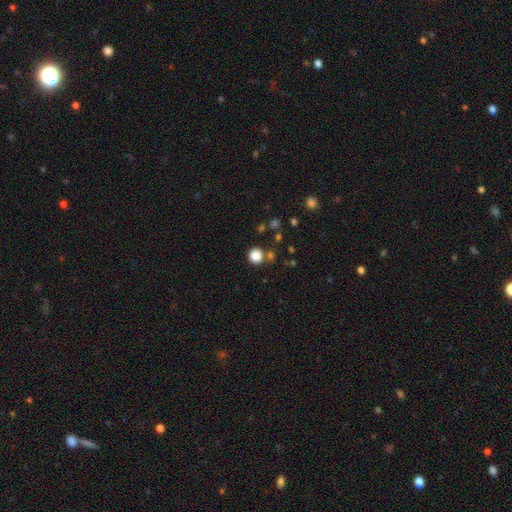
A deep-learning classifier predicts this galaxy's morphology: Smooth or featured? Predicted: smooth (p=0.85). How rounded? Predicted: round (p=0.92). Merging? Predicted: none (p=0.81).